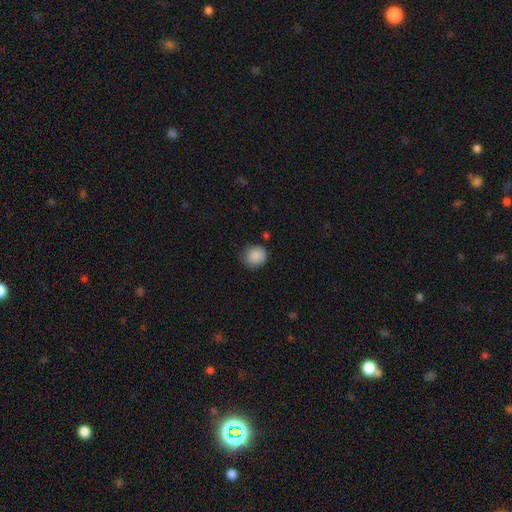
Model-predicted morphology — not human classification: Q: Smooth or featured?
A: smooth (88%); runner-up: star or artifact (8%)
Q: How rounded?
A: round (81%); runner-up: in between (18%)
Q: Merging?
A: none (78%); runner-up: minor disturbance (17%)